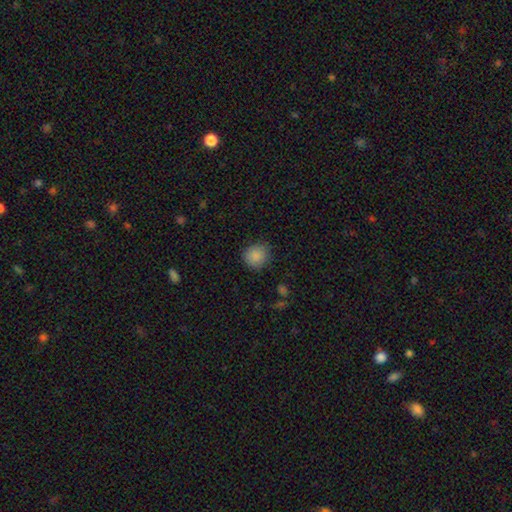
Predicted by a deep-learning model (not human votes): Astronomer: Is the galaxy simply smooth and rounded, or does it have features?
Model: smooth — 87%.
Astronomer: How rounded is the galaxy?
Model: round — 87%.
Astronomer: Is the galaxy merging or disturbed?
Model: none — 85%.